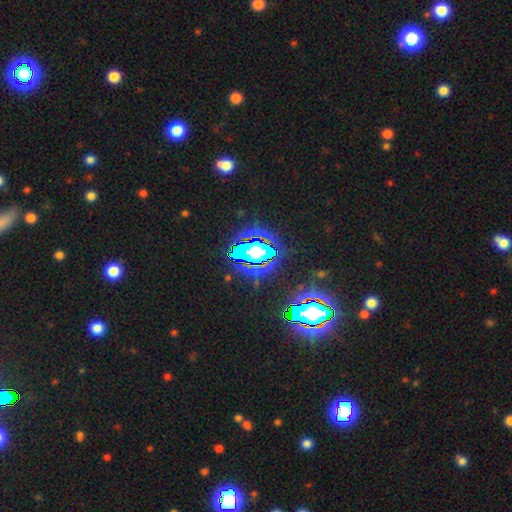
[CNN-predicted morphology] Smooth or featured?
  - star or artifact: 58% *
  - smooth: 23%
  - featured or disk: 20%